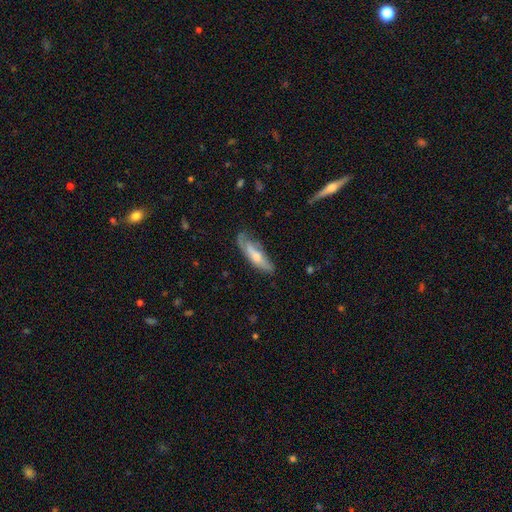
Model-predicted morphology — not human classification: smooth_or_featured: featured or disk (p=0.49) [alt: smooth p=0.44]
merging: none (p=0.57) [alt: minor disturbance p=0.30]